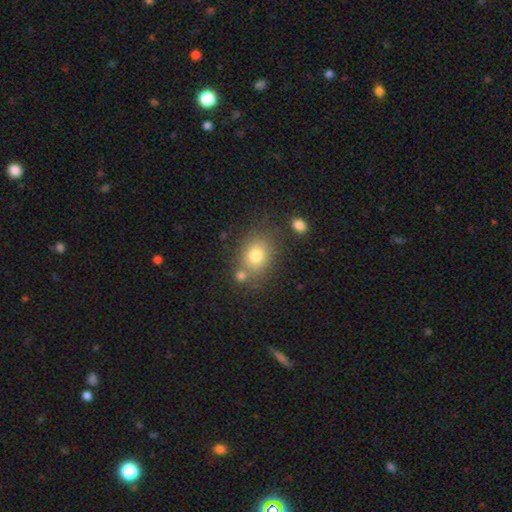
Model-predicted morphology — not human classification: Overall: smooth (77%). How rounded: round (50%; in between 49%). Merging: none (67%).